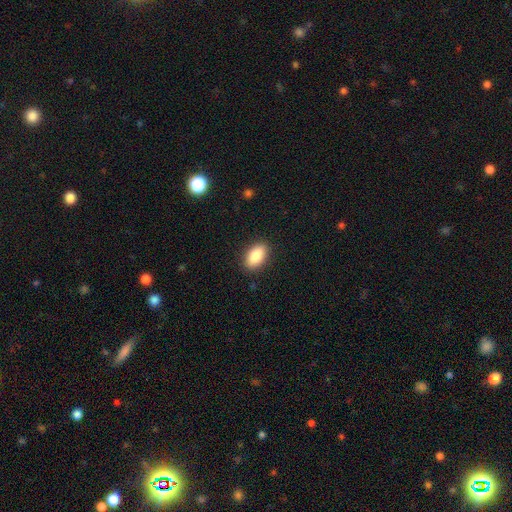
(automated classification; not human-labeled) Smooth or featured? Predicted: smooth (p=0.87). How rounded? Predicted: in between (p=0.91). Merging? Predicted: none (p=0.89).